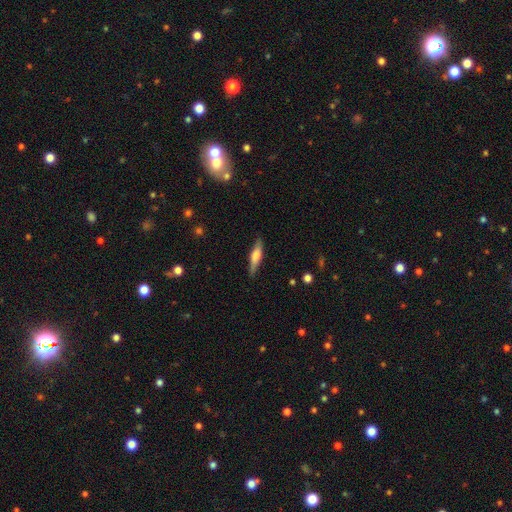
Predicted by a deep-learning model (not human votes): A smooth galaxy with no disk features (53%) that is cigar-shaped (76%).

Vote fractions:
- Smooth or featured? smooth: 53% / featured or disk: 41% / star or artifact: 6%
- How rounded? cigar-shaped: 76% / in between: 22% / round: 2%
- Merging? none: 85% / minor disturbance: 12% / major disturbance: 2% / merger: 1%